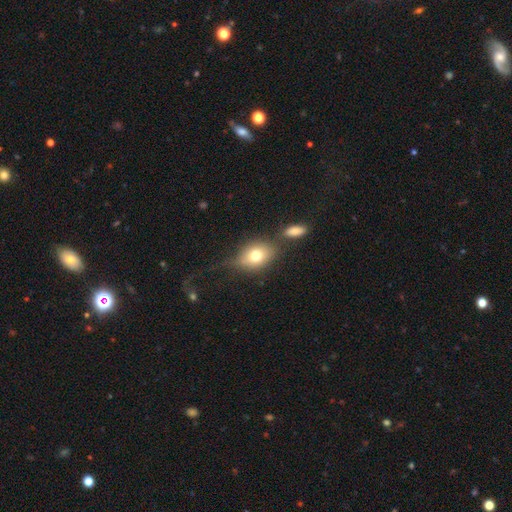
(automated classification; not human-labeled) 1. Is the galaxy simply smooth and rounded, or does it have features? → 73% smooth, 18% featured or disk, 9% star or artifact.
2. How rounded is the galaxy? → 67% in between, 31% round, 2% cigar-shaped.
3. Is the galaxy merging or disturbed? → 53% none, 20% minor disturbance, 15% merger, 12% major disturbance.